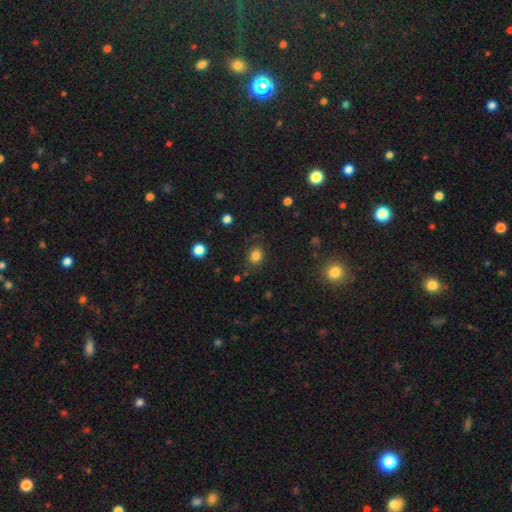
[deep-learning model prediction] Smooth or featured? smooth (81%)
How rounded? round (57%)
Merging? none (81%)